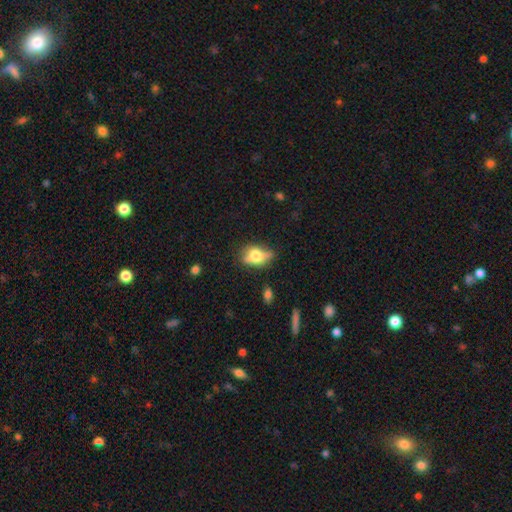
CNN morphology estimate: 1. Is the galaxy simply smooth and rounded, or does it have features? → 54% smooth, 36% featured or disk, 10% star or artifact.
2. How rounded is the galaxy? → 76% in between, 17% round, 6% cigar-shaped.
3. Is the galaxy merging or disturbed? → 56% none, 28% minor disturbance, 11% major disturbance, 5% merger.